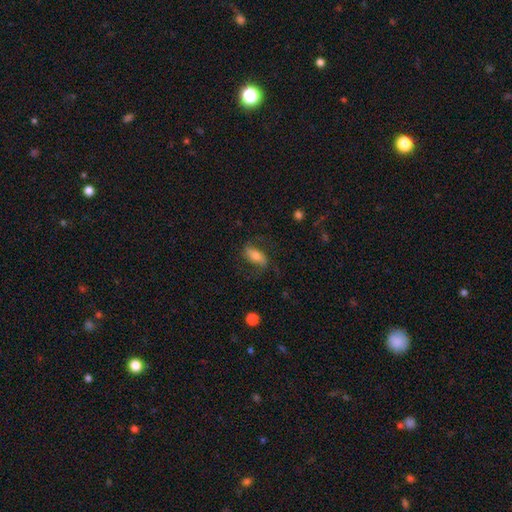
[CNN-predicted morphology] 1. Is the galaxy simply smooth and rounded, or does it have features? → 55% smooth, 36% featured or disk, 9% star or artifact.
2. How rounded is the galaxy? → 78% in between, 17% cigar-shaped, 5% round.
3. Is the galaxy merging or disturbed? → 68% none, 19% minor disturbance, 12% major disturbance, 2% merger.